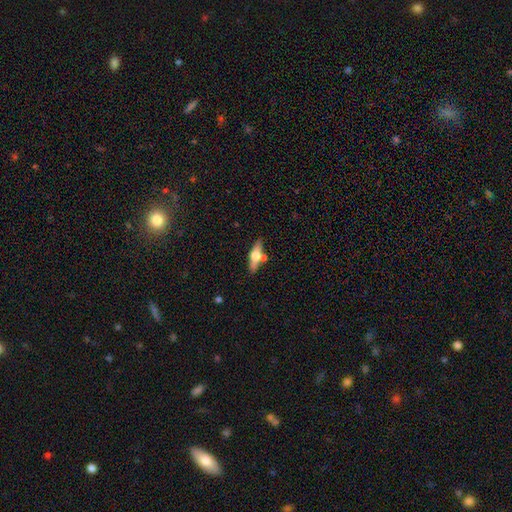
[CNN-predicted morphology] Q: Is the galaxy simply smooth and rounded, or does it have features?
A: featured or disk — 49%.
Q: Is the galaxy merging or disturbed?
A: none — 72%.